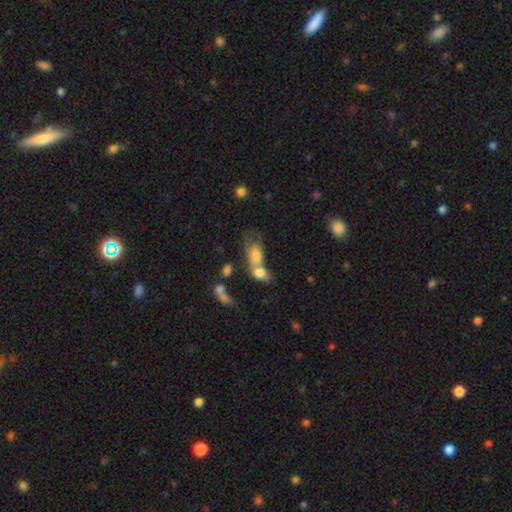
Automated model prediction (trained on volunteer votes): A smooth galaxy with no disk features (69%) that is in between round and cigar-shaped (85%). Merging: merger (62%).